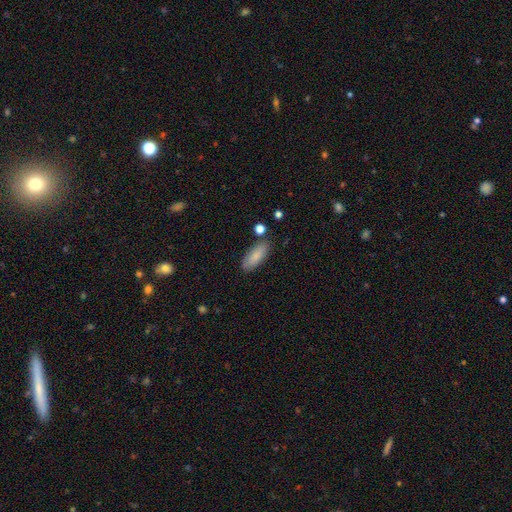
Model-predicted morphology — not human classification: This appears to be a smooth galaxy with no disk features (85%) that is in between round and cigar-shaped (75%). Merging: none (82%).